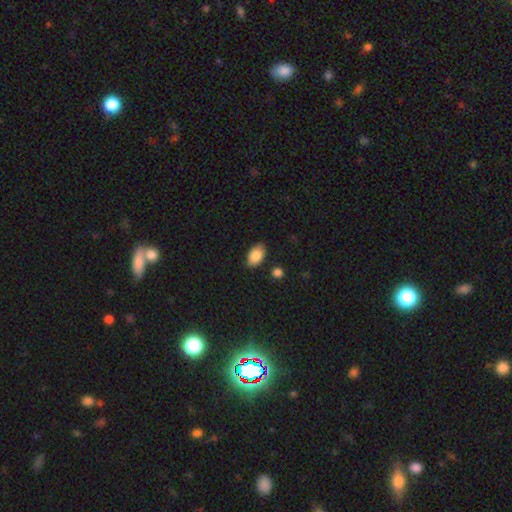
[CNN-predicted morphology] Smooth or featured?
  - smooth: 87% *
  - star or artifact: 7%
  - featured or disk: 6%
How rounded?
  - in between: 92% *
  - round: 7%
  - cigar-shaped: 1%
Merging?
  - none: 84% *
  - minor disturbance: 11%
  - merger: 3%
  - major disturbance: 2%